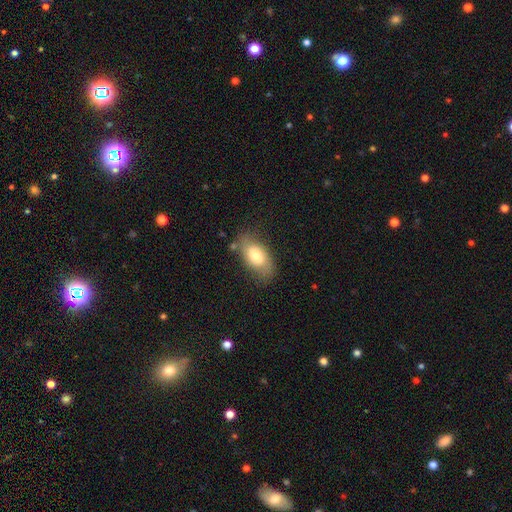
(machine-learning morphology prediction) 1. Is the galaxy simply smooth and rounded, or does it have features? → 69% smooth, 24% featured or disk, 7% star or artifact.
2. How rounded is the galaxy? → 91% in between, 5% round, 3% cigar-shaped.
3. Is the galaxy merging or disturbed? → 69% none, 21% minor disturbance, 7% major disturbance, 4% merger.